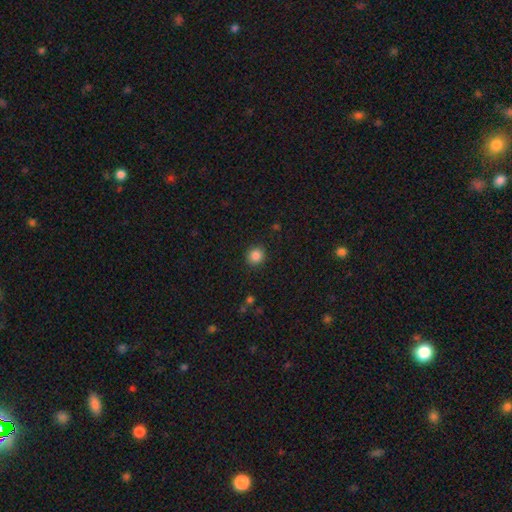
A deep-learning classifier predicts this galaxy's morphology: A smooth galaxy with no disk features (86%) that is round (86%).

Vote fractions:
- Smooth or featured? smooth: 86% / star or artifact: 10% / featured or disk: 4%
- How rounded? round: 86% / in between: 13% / cigar-shaped: 1%
- Merging? none: 91% / minor disturbance: 6% / major disturbance: 2% / merger: 1%